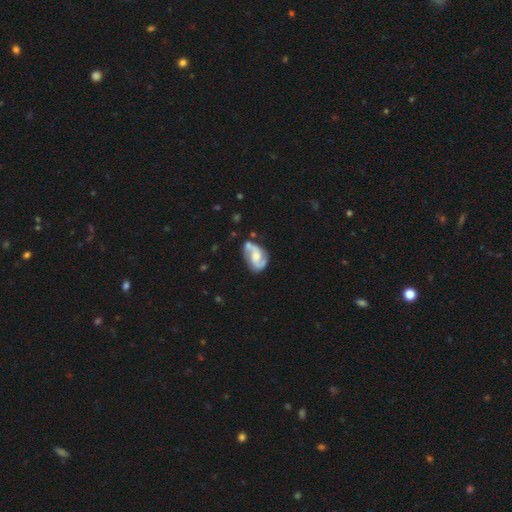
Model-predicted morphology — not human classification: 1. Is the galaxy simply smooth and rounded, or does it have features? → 84% featured or disk, 11% smooth, 5% star or artifact.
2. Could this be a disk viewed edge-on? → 98% no, 2% yes.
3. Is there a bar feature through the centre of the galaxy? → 48% no, 39% weak, 12% strong.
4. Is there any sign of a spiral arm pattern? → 96% yes, 4% no.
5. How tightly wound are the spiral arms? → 51% medium, 26% loose, 22% tight.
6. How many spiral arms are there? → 89% 2, 4% can't tell, 3% 3, 2% 1, 1% 4, 1% more than 4.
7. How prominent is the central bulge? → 46% moderate, 32% small, 11% none, 9% large, 2% dominant.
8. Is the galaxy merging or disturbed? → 62% none, 21% minor disturbance, 9% major disturbance, 9% merger.